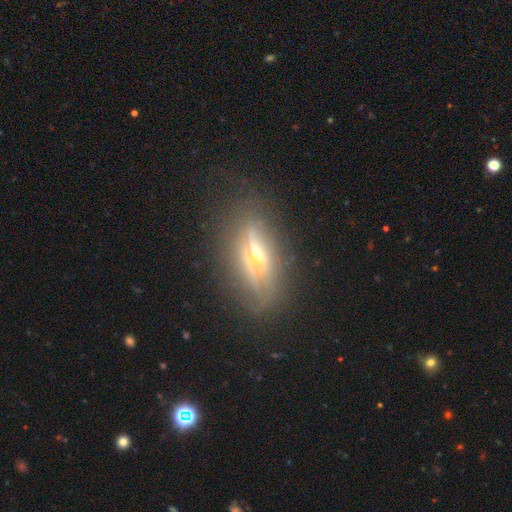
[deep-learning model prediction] This appears to be a featured or disk galaxy (67%) viewed edge-on (75%) with a rounded central bulge (90%). Merging: none (71%).